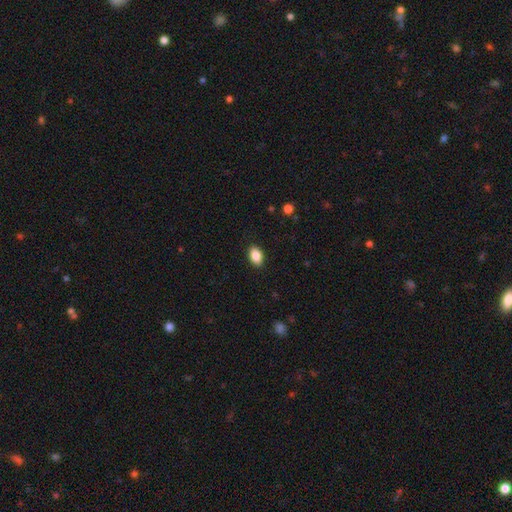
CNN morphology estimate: The model was most divided on "how rounded": in between: 88%, round: 11%, cigar-shaped: 2%. More confident: merging — none (90%); smooth or featured — smooth (87%).